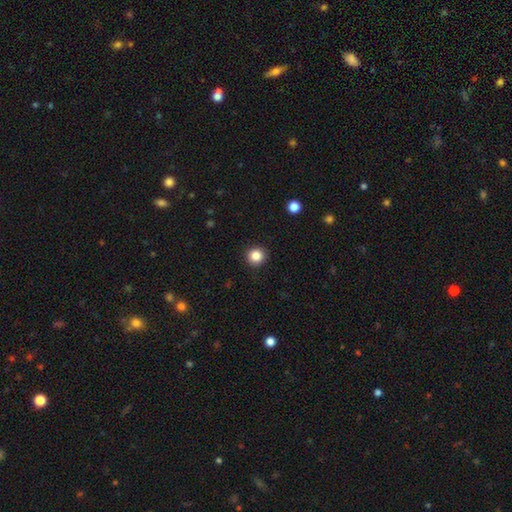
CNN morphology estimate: The model was most divided on "smooth or featured": smooth: 85%, star or artifact: 11%, featured or disk: 4%. More confident: how rounded — round (94%); merging — none (92%).